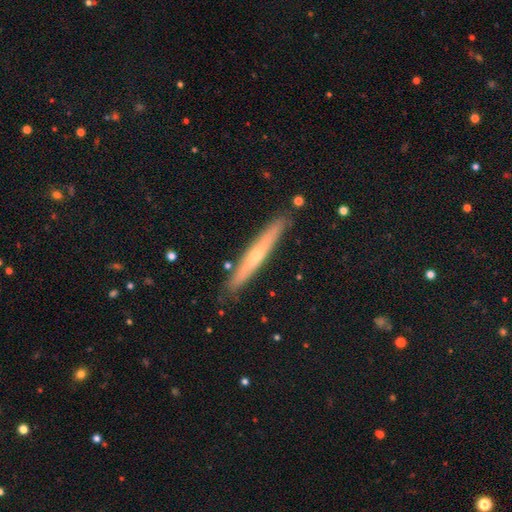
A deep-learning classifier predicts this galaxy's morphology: The model was most divided on "smooth or featured": featured or disk: 58%, smooth: 36%, star or artifact: 6%. More confident: edge-on disk — yes (93%); merging — none (88%); edge-on bulge — rounded (69%).